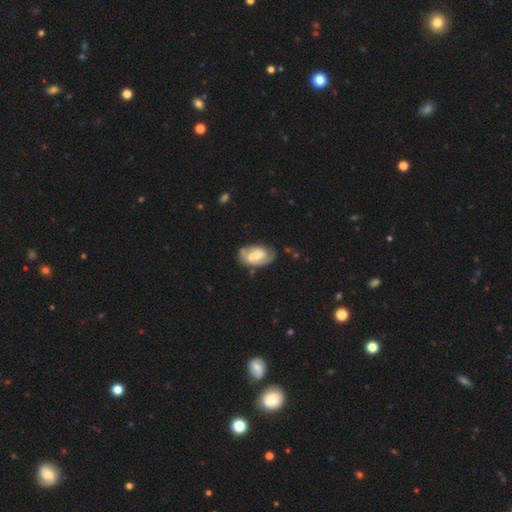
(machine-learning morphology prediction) Overall: featured or disk (71%). Edge-on disk: no (96%). Bar: weak (46%; no 28%). Spiral arms: yes (88%). Spiral arm count: 2 (75%). Spiral winding: tight (43%; medium 42%). Bulge size: small (39%; moderate 33%). Merging: none (66%).